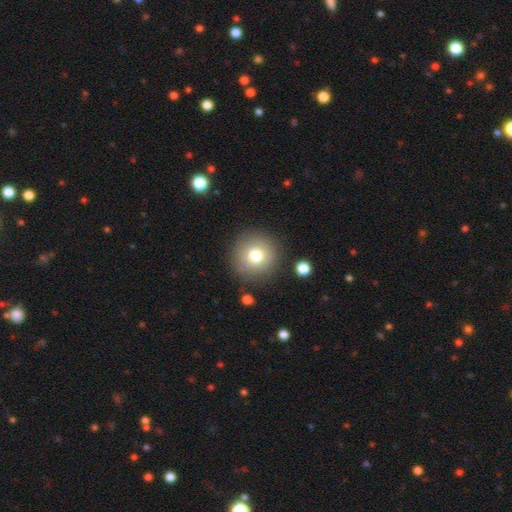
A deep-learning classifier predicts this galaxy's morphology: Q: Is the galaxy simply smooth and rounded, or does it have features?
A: smooth — 76%.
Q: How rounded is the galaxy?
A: round — 95%.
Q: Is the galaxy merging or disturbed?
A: none — 87%.